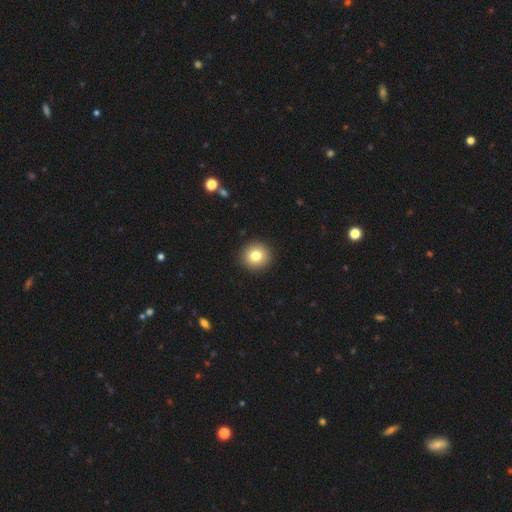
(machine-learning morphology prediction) Overall: smooth (81%). How rounded: round (93%). Merging: none (93%).